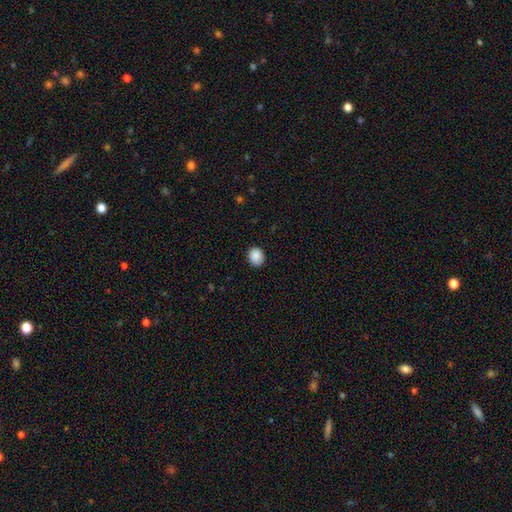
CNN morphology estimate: Q: Smooth or featured?
A: smooth (89%); runner-up: star or artifact (8%)
Q: How rounded?
A: round (65%); runner-up: in between (35%)
Q: Merging?
A: none (89%); runner-up: minor disturbance (8%)